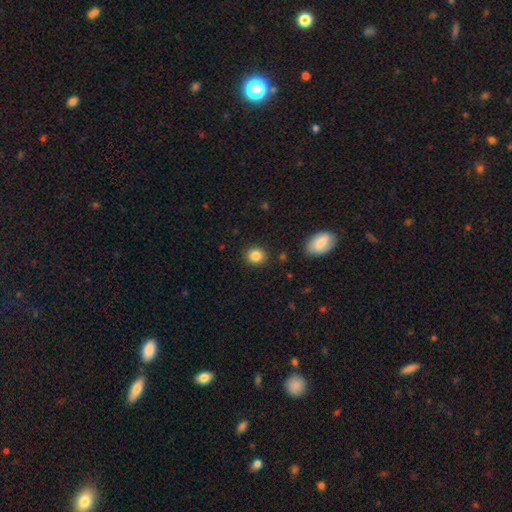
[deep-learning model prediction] The model was most divided on "how rounded": round: 73%, in between: 26%, cigar-shaped: 1%. More confident: merging — none (88%); smooth or featured — smooth (85%).